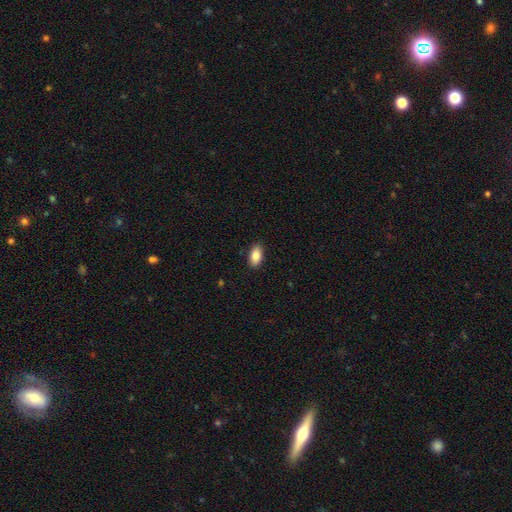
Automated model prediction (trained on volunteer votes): Smooth or featured? Predicted: smooth (p=0.86). How rounded? Predicted: in between (p=0.92). Merging? Predicted: none (p=0.89).